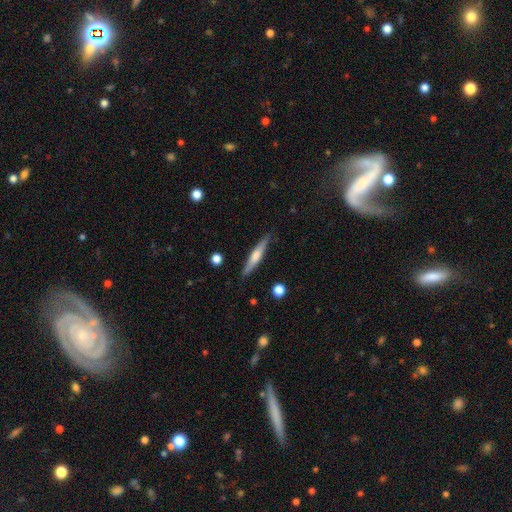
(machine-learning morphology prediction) smooth-or-featured: featured or disk: 57% | smooth: 37% | star or artifact: 6%
  disk-edge-on: yes: 97% | no: 3%
    edge-on-bulge: rounded: 75% | boxy: 14% | none: 11%
  merging: none: 88% | minor disturbance: 9% | major disturbance: 2% | merger: 2%